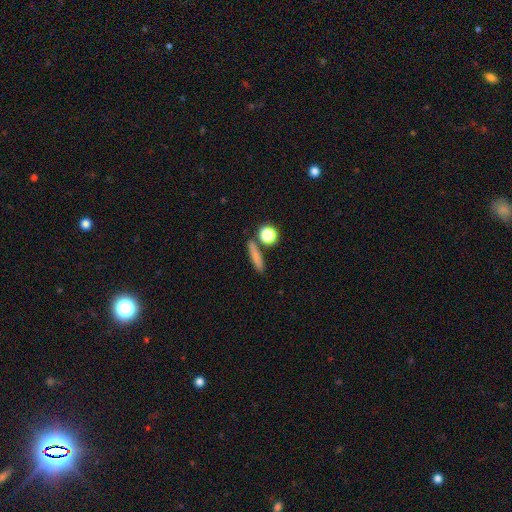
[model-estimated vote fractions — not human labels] Smooth or featured? Predicted: smooth (p=0.77). How rounded? Predicted: cigar-shaped (p=0.69). Merging? Predicted: none (p=0.78).